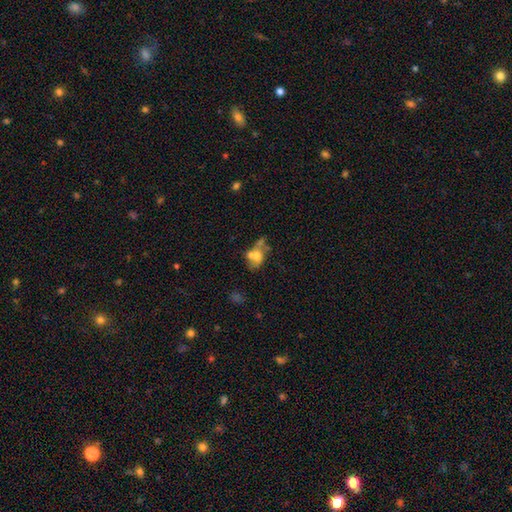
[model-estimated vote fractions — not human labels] Overall: smooth (51%; featured or disk 37%). How rounded: in between (66%; round 31%). Merging: merger (49%; none 25%).